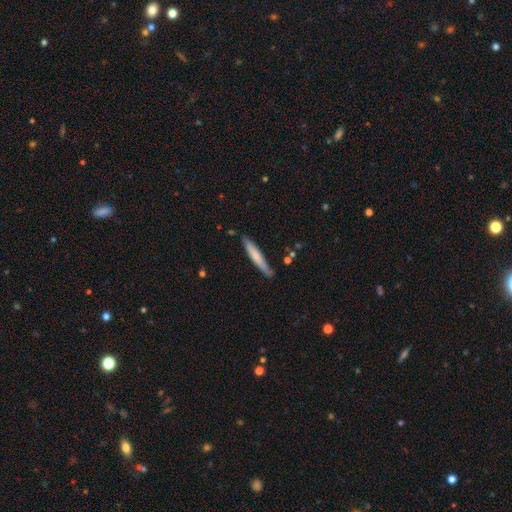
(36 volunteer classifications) Overall: smooth (67%; featured or disk 31%). How rounded: cigar-shaped (88%). Merging: none (71%).